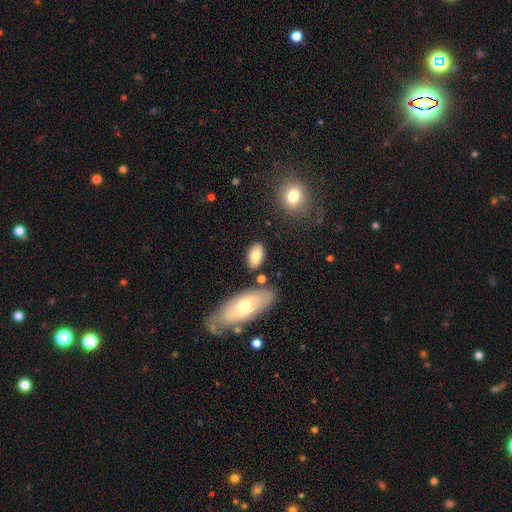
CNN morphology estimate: smooth-or-featured: smooth: 77% | featured or disk: 15% | star or artifact: 8%
  how-rounded: in between: 90% | round: 6% | cigar-shaped: 4%
  merging: none: 71% | minor disturbance: 16% | merger: 9% | major disturbance: 5%